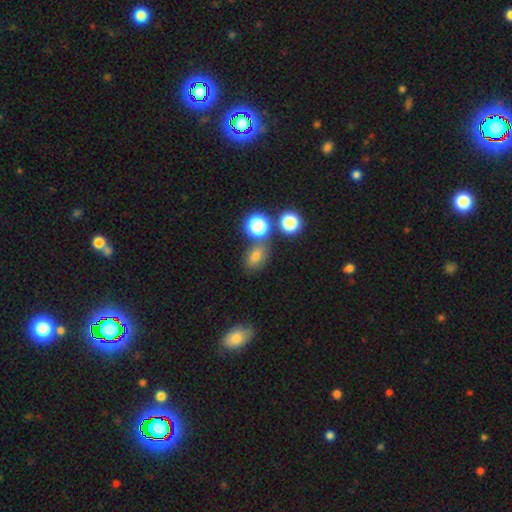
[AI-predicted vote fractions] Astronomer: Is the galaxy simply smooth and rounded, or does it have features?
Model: smooth — 67%.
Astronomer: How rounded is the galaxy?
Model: in between — 69%.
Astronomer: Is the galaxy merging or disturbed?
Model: none — 63%.